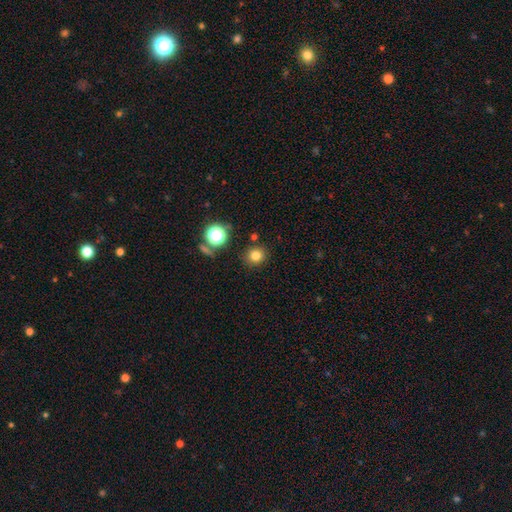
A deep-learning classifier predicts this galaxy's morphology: Smooth or featured: smooth — 78% (star or artifact — 16%)
How rounded: round — 85% (in between — 14%)
Merging: none — 86% (minor disturbance — 8%)